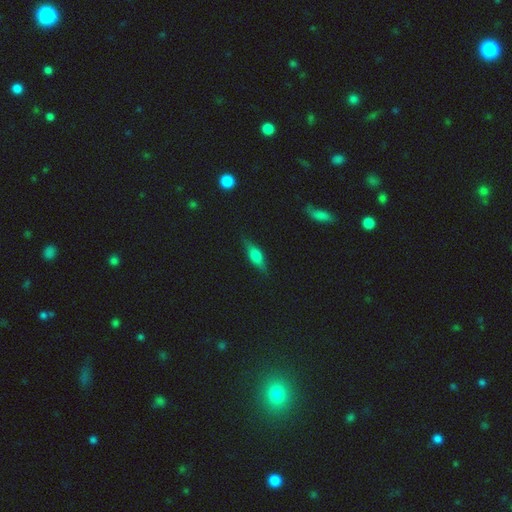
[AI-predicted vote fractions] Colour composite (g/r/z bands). It shows a smooth galaxy with no disk features (47%). Merging: none (83%).